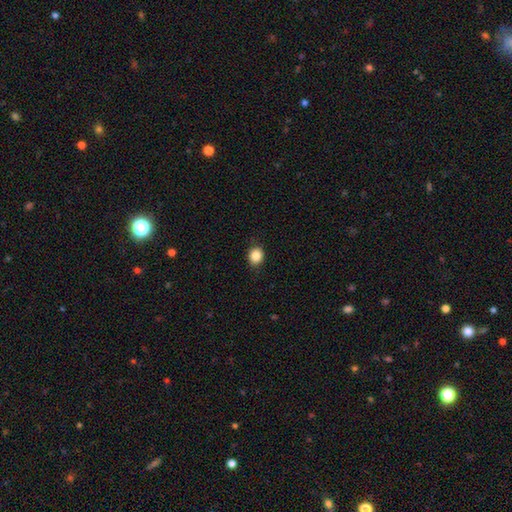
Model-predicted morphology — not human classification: Overall: smooth (86%). How rounded: round (66%; in between 33%). Merging: none (87%).